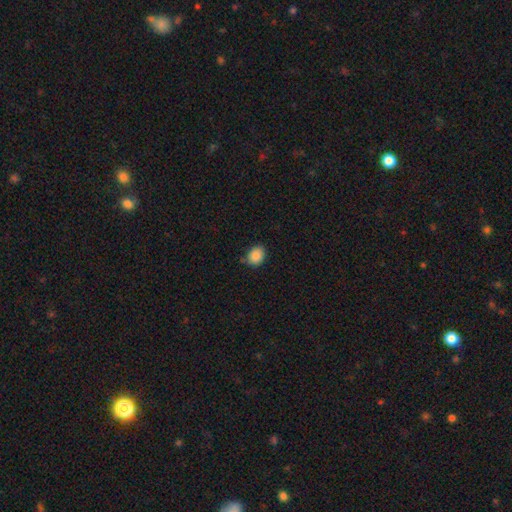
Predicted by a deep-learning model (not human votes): Smooth or featured: smooth — 87% (star or artifact — 8%)
How rounded: in between — 53% (round — 46%)
Merging: none — 70% (minor disturbance — 22%)